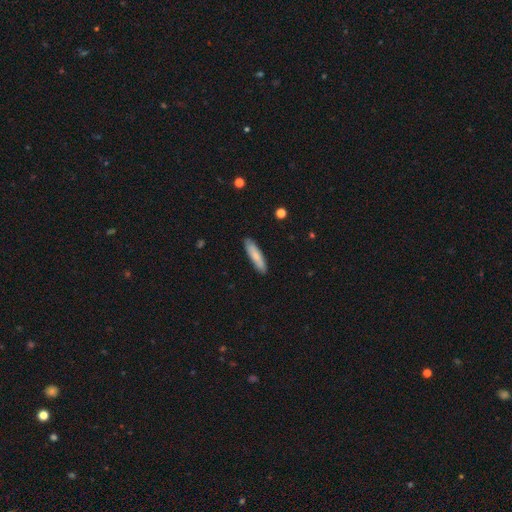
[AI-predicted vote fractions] A smooth galaxy with no disk features (76%) that is cigar-shaped (76%). Merging: none (87%).